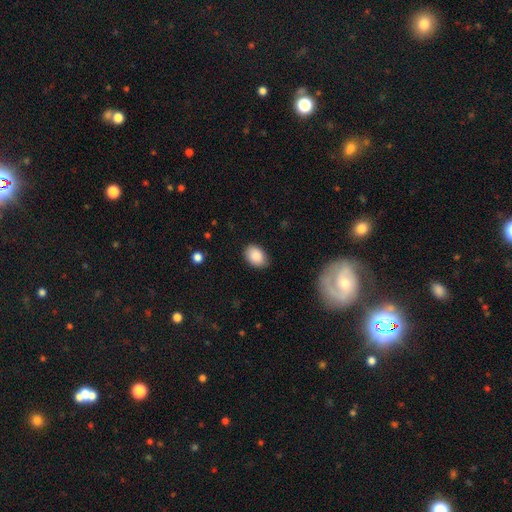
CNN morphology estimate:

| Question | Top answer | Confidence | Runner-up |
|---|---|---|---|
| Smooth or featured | smooth | 88% | star or artifact (7%) |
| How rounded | in between | 80% | round (19%) |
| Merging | none | 83% | minor disturbance (14%) |